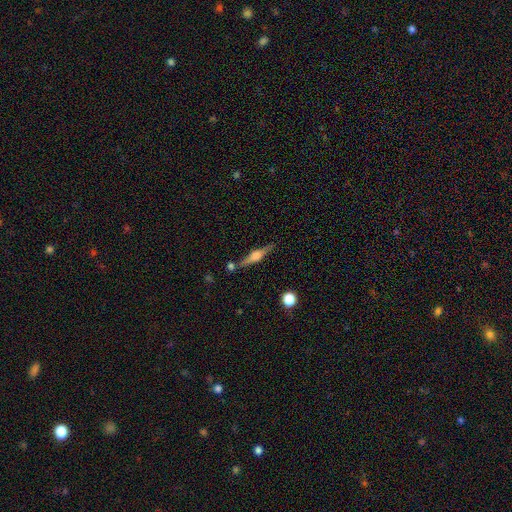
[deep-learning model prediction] Q: Smooth or featured?
A: featured or disk (72%); runner-up: smooth (22%)
Q: Edge-on disk?
A: yes (97%); runner-up: no (3%)
Q: Edge-on bulge?
A: rounded (80%); runner-up: boxy (16%)
Q: Merging?
A: none (79%); runner-up: minor disturbance (11%)